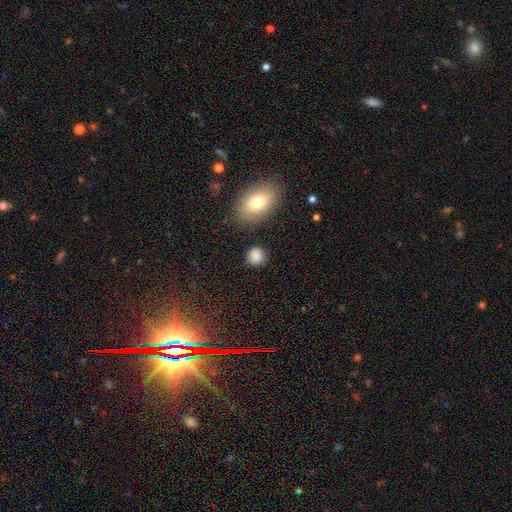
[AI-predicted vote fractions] Smooth or featured: smooth — 86% (star or artifact — 9%)
How rounded: round — 80% (in between — 18%)
Merging: none — 84% (minor disturbance — 10%)